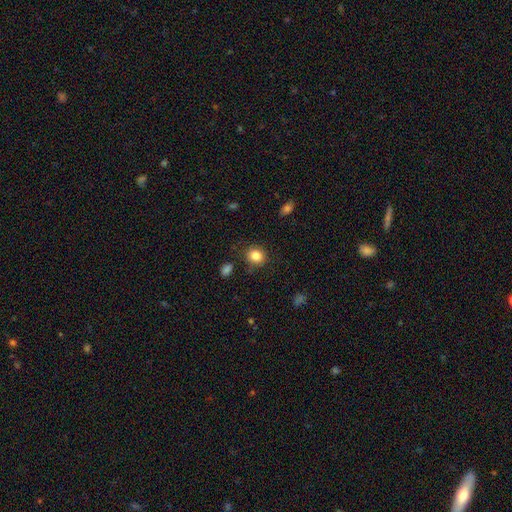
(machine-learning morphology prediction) Overall: smooth (84%). How rounded: round (78%). Merging: none (84%).